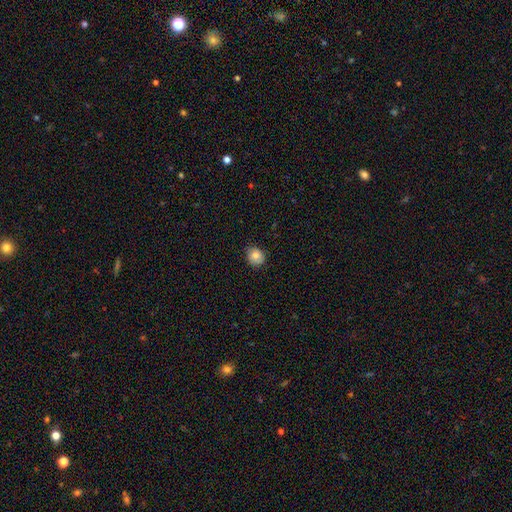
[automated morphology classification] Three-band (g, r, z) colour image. It shows a smooth galaxy with no disk features (82%) that is round (73%). Merging: none (82%).